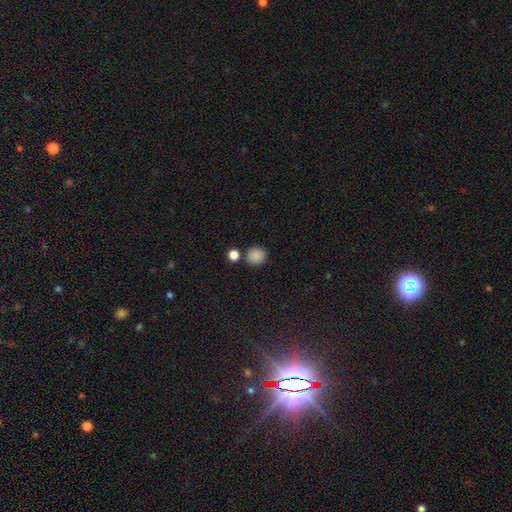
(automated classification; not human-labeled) smooth-or-featured: smooth: 86% | star or artifact: 10% | featured or disk: 3%
  how-rounded: round: 87% | in between: 12% | cigar-shaped: 1%
  merging: none: 79% | merger: 9% | minor disturbance: 9% | major disturbance: 3%